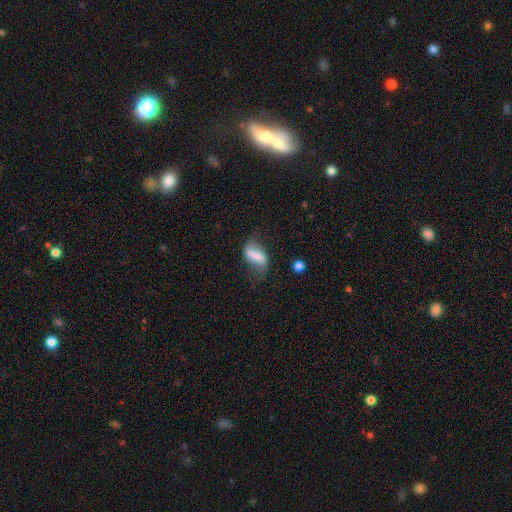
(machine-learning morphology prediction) featured or disk 52%, smooth 39%, star or artifact 9%. Down the decision tree: edge-on disk — no (93%); merging — none (52%).